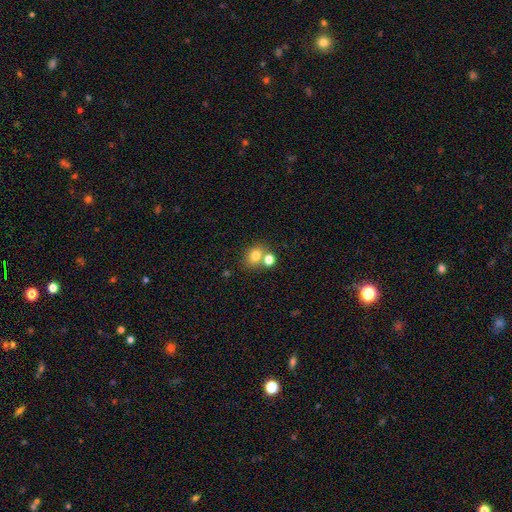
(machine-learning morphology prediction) The model was most divided on "how rounded": round: 55%, in between: 44%, cigar-shaped: 1%. More confident: smooth or featured — smooth (77%); merging — none (52%).